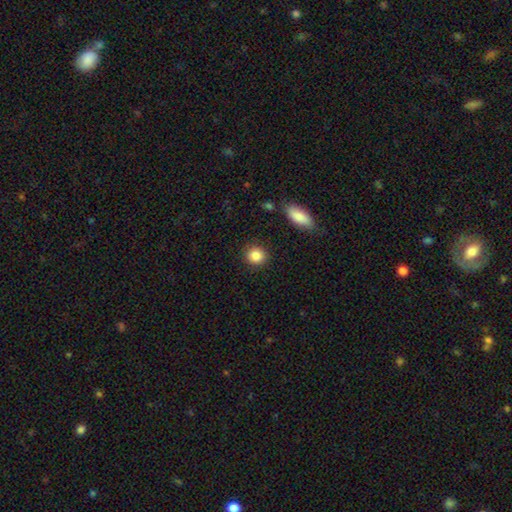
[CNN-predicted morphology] smooth_or_featured: smooth (p=0.86) [alt: star or artifact p=0.09]
how_rounded: round (p=0.84) [alt: in between p=0.15]
merging: none (p=0.88) [alt: minor disturbance p=0.07]